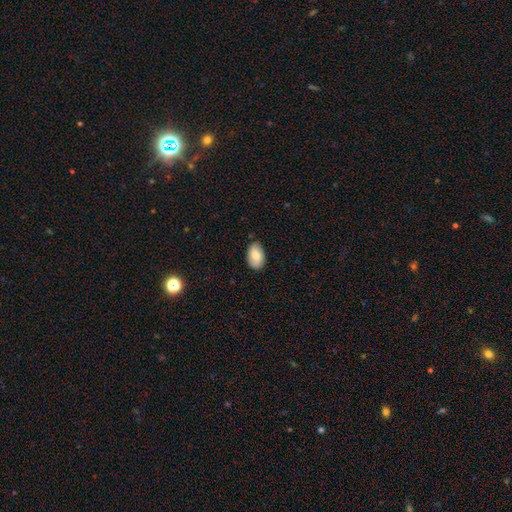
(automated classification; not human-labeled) smooth_or_featured: smooth (p=0.79) [alt: featured or disk p=0.14]
how_rounded: in between (p=0.92) [alt: round p=0.07]
merging: none (p=0.81) [alt: minor disturbance p=0.15]